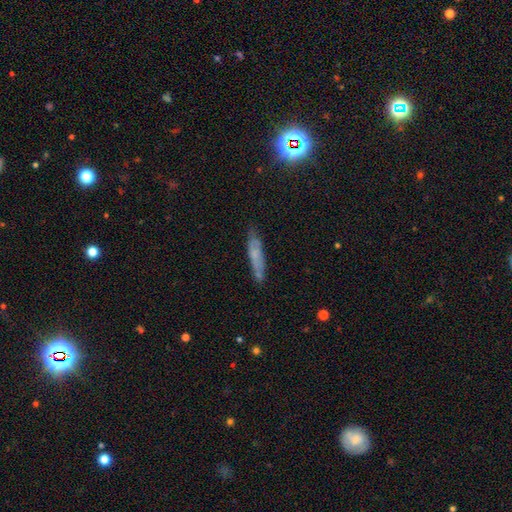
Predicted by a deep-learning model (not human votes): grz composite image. It shows a smooth galaxy with no disk features (52%) that is cigar-shaped (82%). Merging: none (73%).